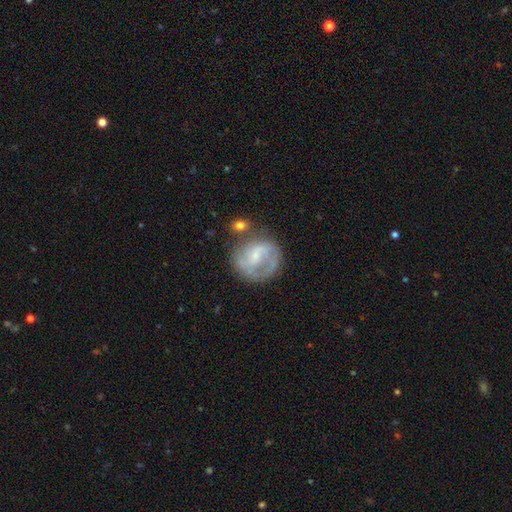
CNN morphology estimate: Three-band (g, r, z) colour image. It shows a featured or disk galaxy (70%) with a weak bar (46%), 2 (50%) medium (42%) spiral arms (81%) and a small central bulge (60%). Merging: none (57%).